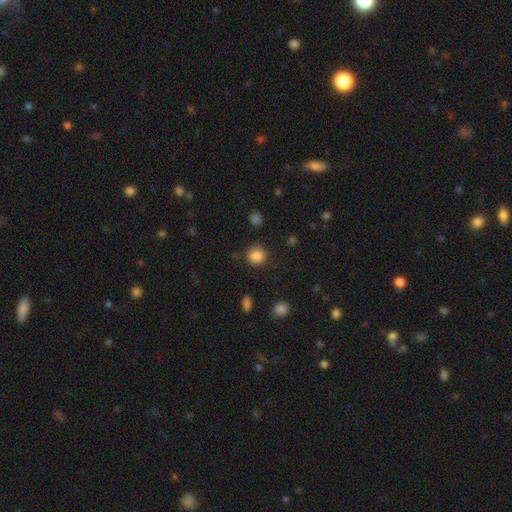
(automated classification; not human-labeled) Q: Smooth or featured?
A: smooth (86%); runner-up: star or artifact (10%)
Q: How rounded?
A: round (88%); runner-up: in between (11%)
Q: Merging?
A: none (84%); runner-up: minor disturbance (11%)